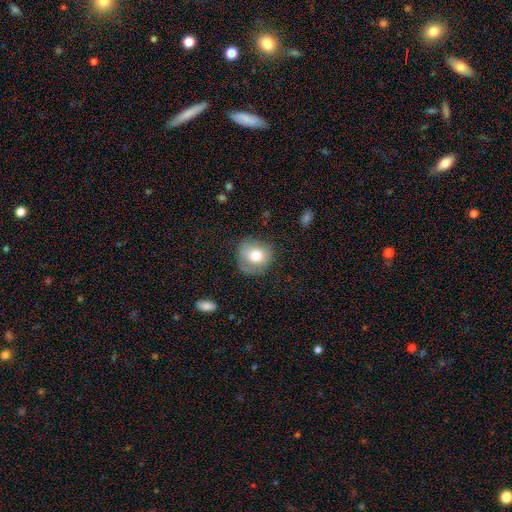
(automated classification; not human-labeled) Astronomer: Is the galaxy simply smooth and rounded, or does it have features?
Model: smooth — 73%.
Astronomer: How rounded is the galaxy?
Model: round — 83%.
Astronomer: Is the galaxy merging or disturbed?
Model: none — 69%.